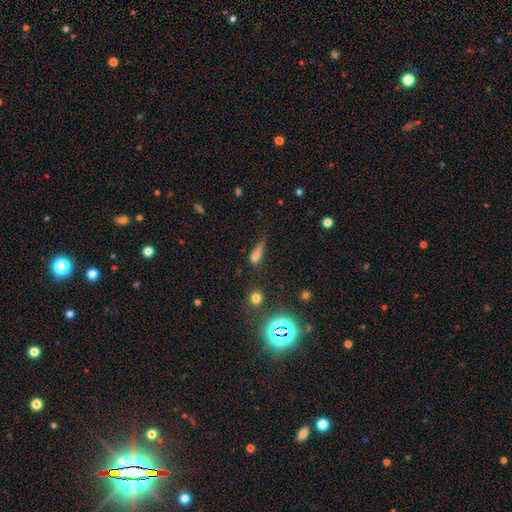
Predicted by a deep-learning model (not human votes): smooth-or-featured: smooth: 64% | featured or disk: 20% | star or artifact: 16%
  how-rounded: in between: 51% | cigar-shaped: 40% | round: 9%
  merging: minor disturbance: 33% | none: 32% | major disturbance: 28% | merger: 7%